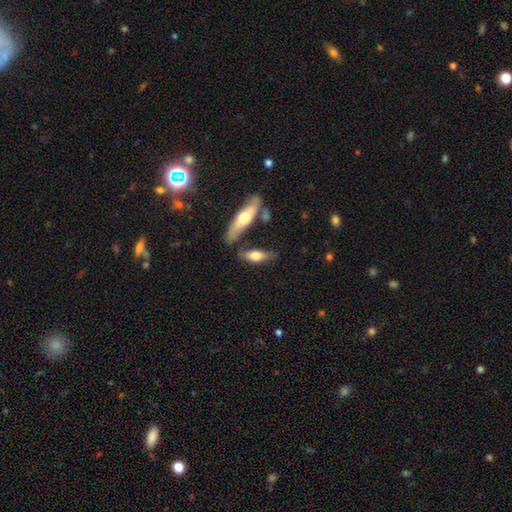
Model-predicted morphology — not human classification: smooth 55%, featured or disk 39%, star or artifact 5%. Down the decision tree: how rounded — cigar-shaped (51%); merging — none (64%).